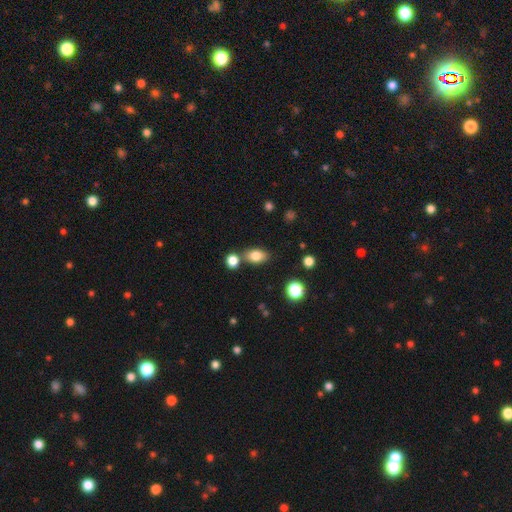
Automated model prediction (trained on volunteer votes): This is clearly a smooth galaxy (81%). How rounded: clearly in between (82%). Merging: likely none (71%).